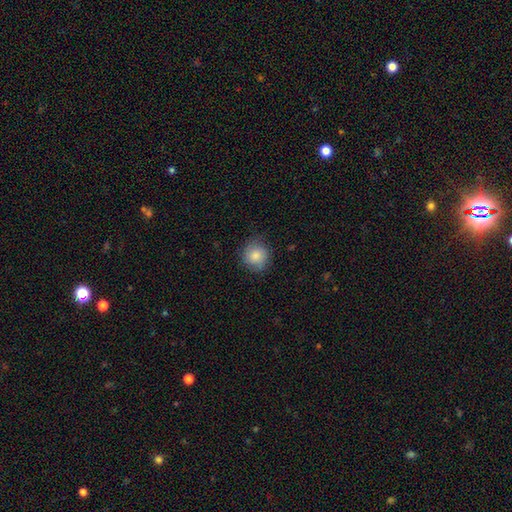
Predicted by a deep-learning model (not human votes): This is clearly a smooth galaxy (84%). How rounded: clearly round (90%). Merging: clearly none (81%).